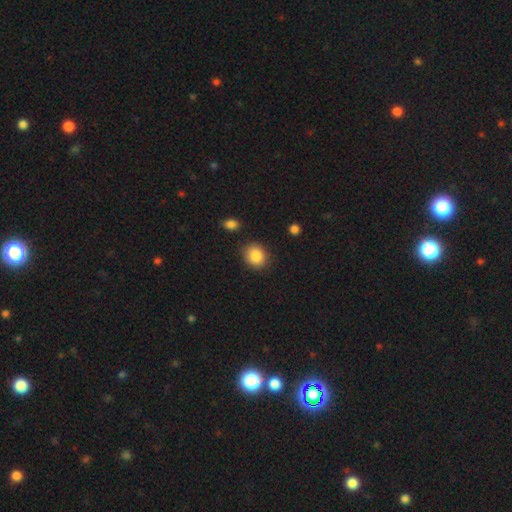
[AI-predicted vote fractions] Smooth or featured? Predicted: smooth (p=0.87). How rounded? Predicted: round (p=0.69). Merging? Predicted: none (p=0.85).